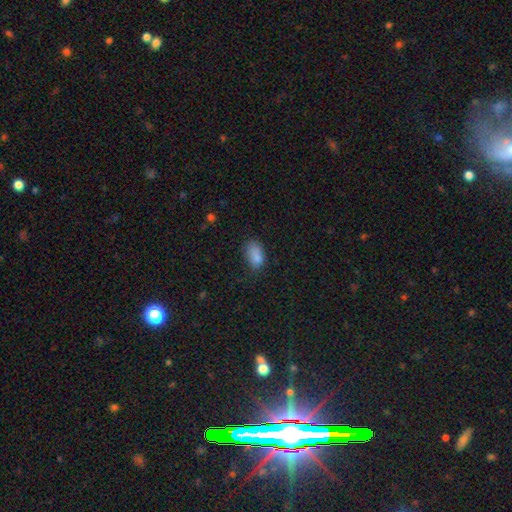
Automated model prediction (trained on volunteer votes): A smooth galaxy with no disk features (83%) that is in between round and cigar-shaped (89%).

Vote fractions:
- Smooth or featured? smooth: 83% / star or artifact: 11% / featured or disk: 6%
- How rounded? in between: 89% / round: 10% / cigar-shaped: 2%
- Merging? none: 58% / minor disturbance: 29% / major disturbance: 10% / merger: 2%